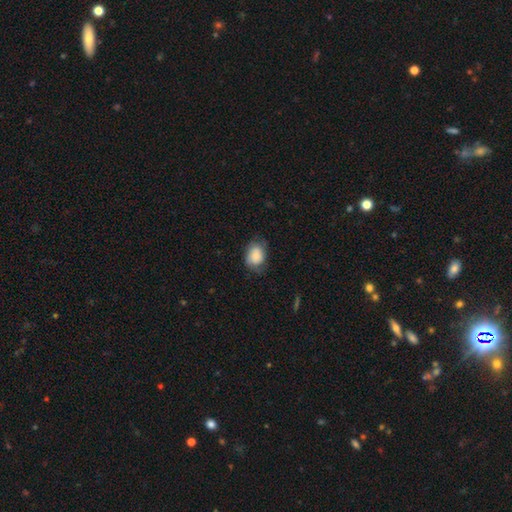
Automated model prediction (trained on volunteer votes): This appears to be a smooth galaxy with no disk features (81%) that is in between round and cigar-shaped (61%). Merging: none (62%).